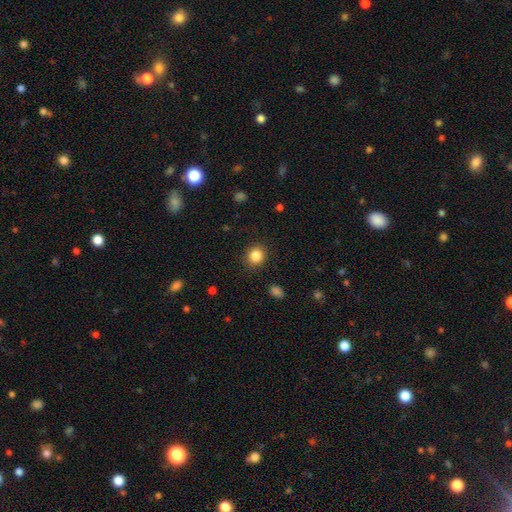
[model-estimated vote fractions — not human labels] smooth 85%, star or artifact 10%, featured or disk 5%. Down the decision tree: how rounded — round (80%); merging — none (89%).